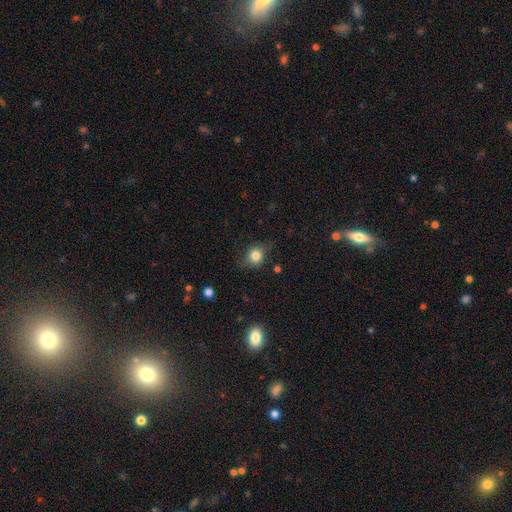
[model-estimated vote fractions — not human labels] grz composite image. It shows a smooth galaxy with no disk features (80%) that is round (68%). Merging: none (71%).